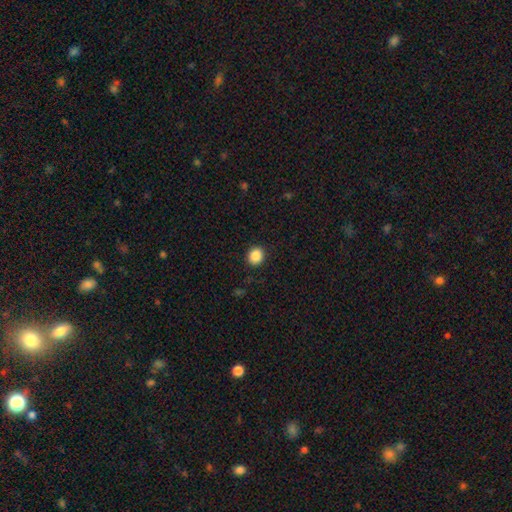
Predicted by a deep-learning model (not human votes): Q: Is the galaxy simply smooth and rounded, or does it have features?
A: smooth — 88%.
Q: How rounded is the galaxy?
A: round — 74%.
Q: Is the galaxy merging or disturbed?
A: none — 91%.